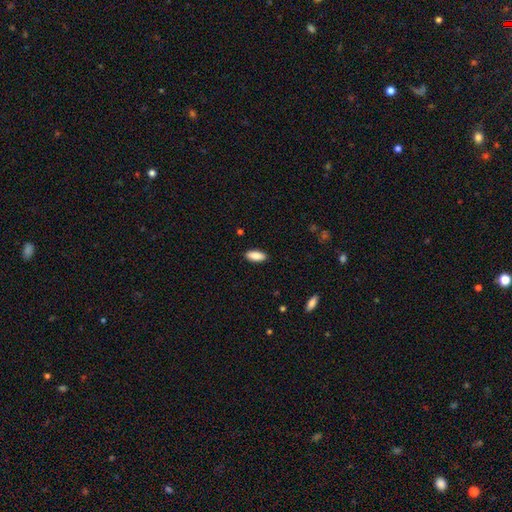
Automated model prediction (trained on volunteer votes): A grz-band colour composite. It shows a smooth galaxy with no disk features (88%) that is in between round and cigar-shaped (85%). Merging: none (89%).